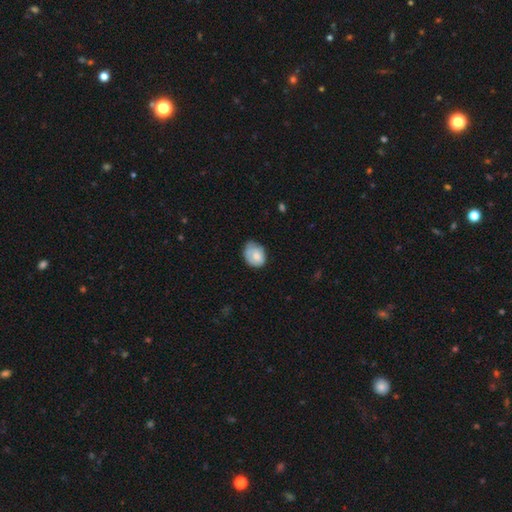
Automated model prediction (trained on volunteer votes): Smooth or featured: smooth — 70% (featured or disk — 23%)
How rounded: in between — 59% (round — 40%)
Merging: none — 49% (minor disturbance — 38%)